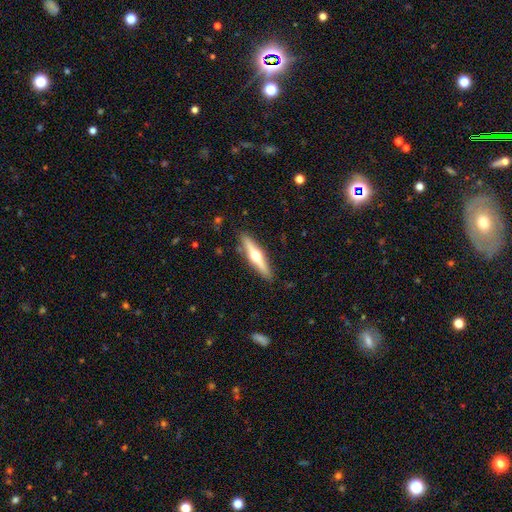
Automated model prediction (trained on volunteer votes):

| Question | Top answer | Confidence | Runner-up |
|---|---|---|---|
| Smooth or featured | featured or disk | 65% | smooth (29%) |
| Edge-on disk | yes | 96% | no (4%) |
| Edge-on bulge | rounded | 95% | none (3%) |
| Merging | none | 89% | minor disturbance (8%) |